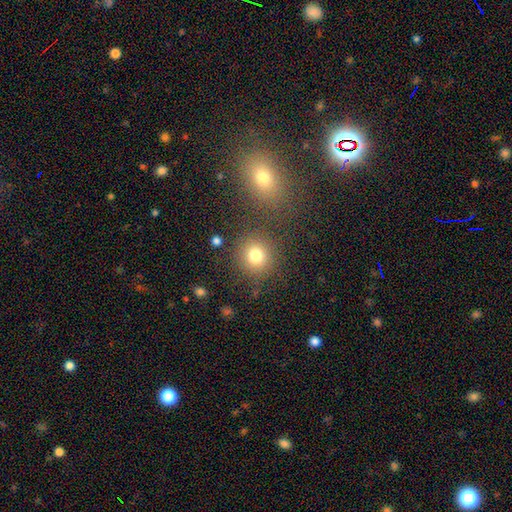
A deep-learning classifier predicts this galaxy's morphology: Smooth or featured: smooth — 79% (star or artifact — 14%)
How rounded: round — 89% (in between — 10%)
Merging: none — 81% (minor disturbance — 9%)